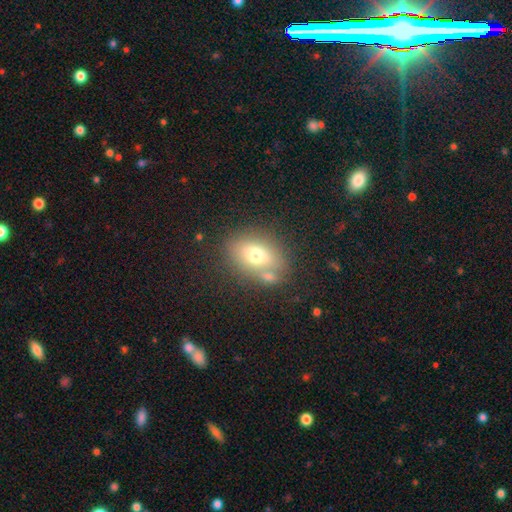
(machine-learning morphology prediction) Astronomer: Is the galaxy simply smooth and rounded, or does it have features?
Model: smooth — 69%.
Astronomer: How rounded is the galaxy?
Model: in between — 73%.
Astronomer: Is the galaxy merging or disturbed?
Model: none — 65%.